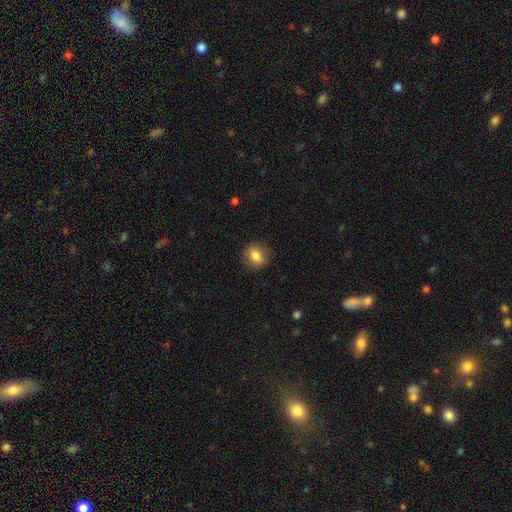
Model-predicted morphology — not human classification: Overall: smooth (80%). How rounded: round (55%; in between 43%). Merging: none (86%).